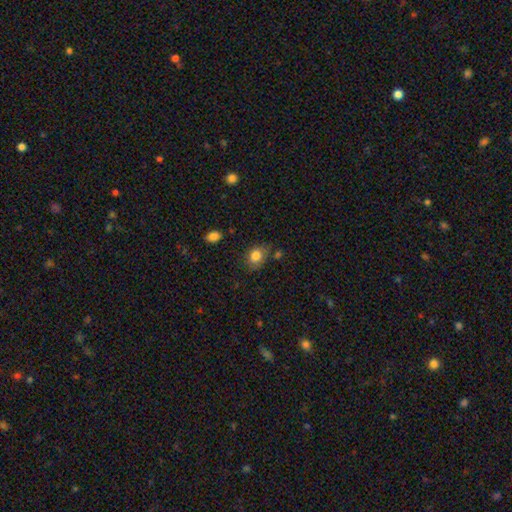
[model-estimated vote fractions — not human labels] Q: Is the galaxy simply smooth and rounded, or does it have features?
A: smooth — 83%.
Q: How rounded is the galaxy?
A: in between — 59%.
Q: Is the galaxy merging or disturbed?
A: none — 67%.